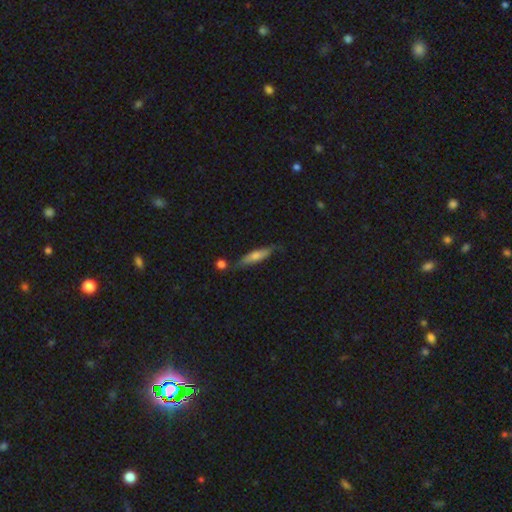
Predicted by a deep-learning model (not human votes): smooth-or-featured: smooth: 54% | featured or disk: 40% | star or artifact: 7%
  how-rounded: cigar-shaped: 74% | in between: 24% | round: 2%
  merging: none: 67% | minor disturbance: 21% | merger: 6% | major disturbance: 5%